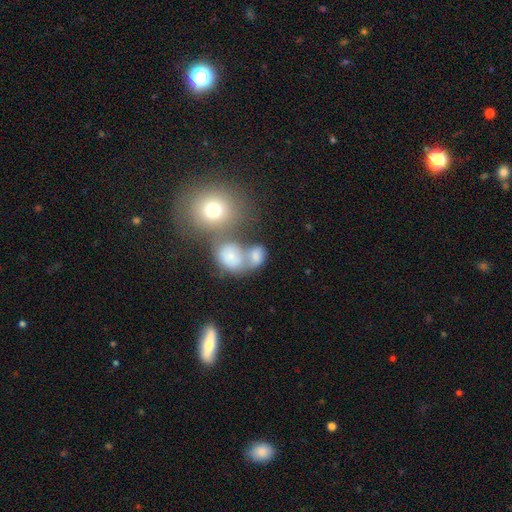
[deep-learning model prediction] Smooth or featured? Predicted: smooth (p=0.66). How rounded? Predicted: in between (p=0.58). Merging? Predicted: merger (p=0.54).